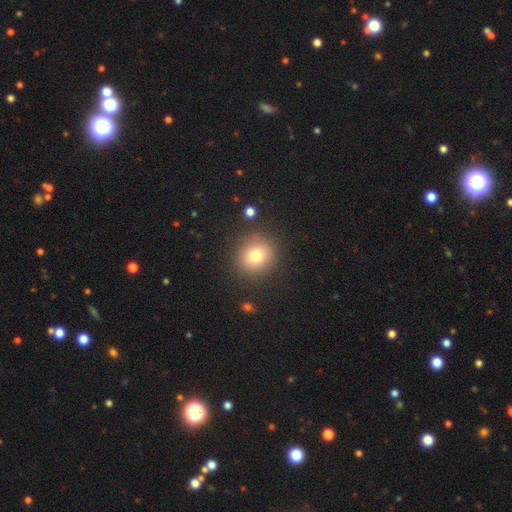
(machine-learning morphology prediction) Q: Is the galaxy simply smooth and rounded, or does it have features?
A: smooth — 76%.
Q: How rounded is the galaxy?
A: round — 89%.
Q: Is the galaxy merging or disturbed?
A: none — 88%.